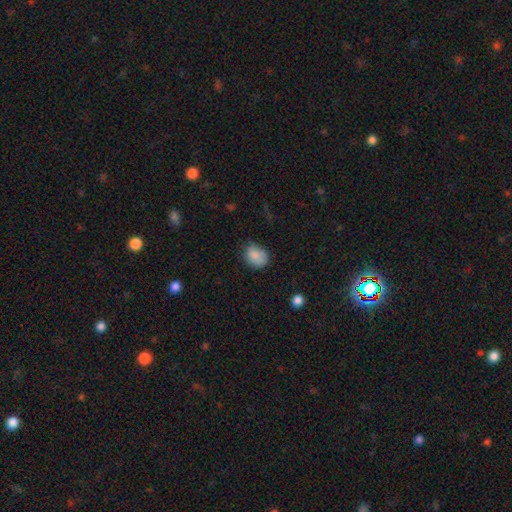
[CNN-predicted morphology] Smooth or featured? Predicted: smooth (p=0.84). How rounded? Predicted: in between (p=0.56). Merging? Predicted: none (p=0.61).